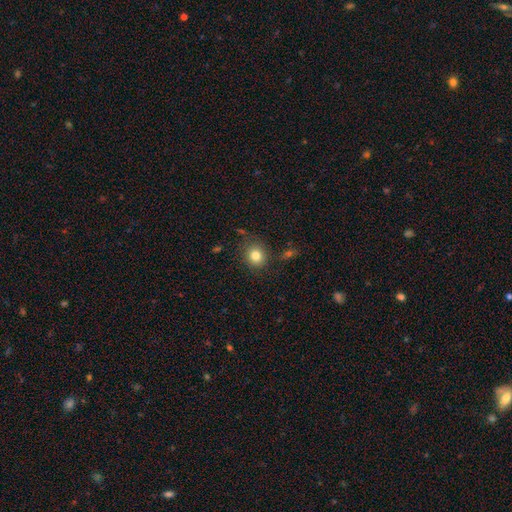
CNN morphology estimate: smooth_or_featured: smooth (p=0.82) [alt: star or artifact p=0.11]
how_rounded: round (p=0.83) [alt: in between p=0.16]
merging: none (p=0.81) [alt: minor disturbance p=0.12]